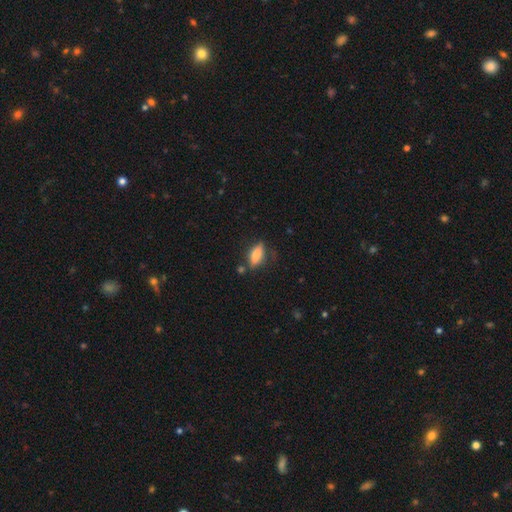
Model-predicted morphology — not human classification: type=smooth (77%); roundness=in between (68%); merging=none (66%).